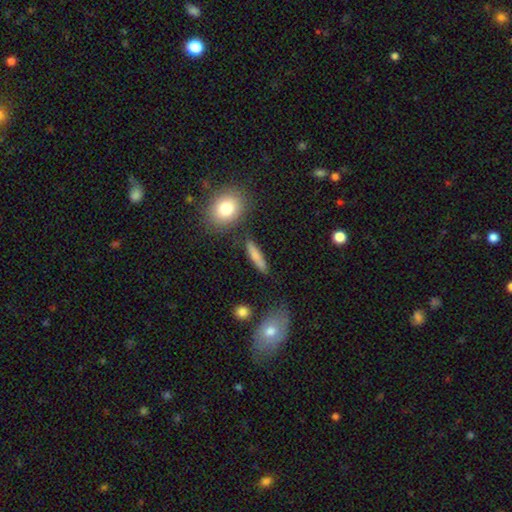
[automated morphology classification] Smooth or featured: smooth — 74% (featured or disk — 18%)
How rounded: cigar-shaped — 80% (in between — 17%)
Merging: none — 77% (minor disturbance — 14%)